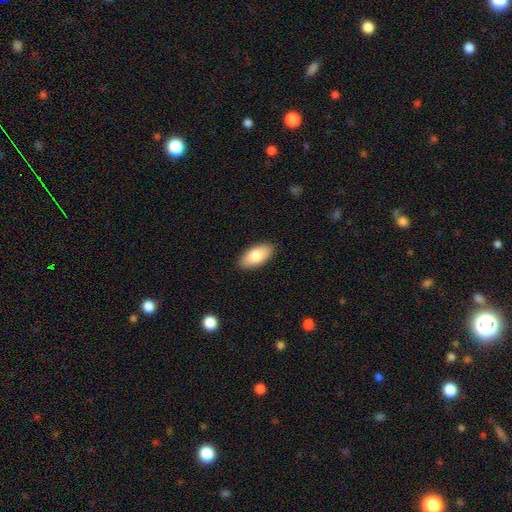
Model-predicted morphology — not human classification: Smooth or featured: smooth — 80% (featured or disk — 14%)
How rounded: in between — 92% (cigar-shaped — 5%)
Merging: none — 89% (minor disturbance — 8%)